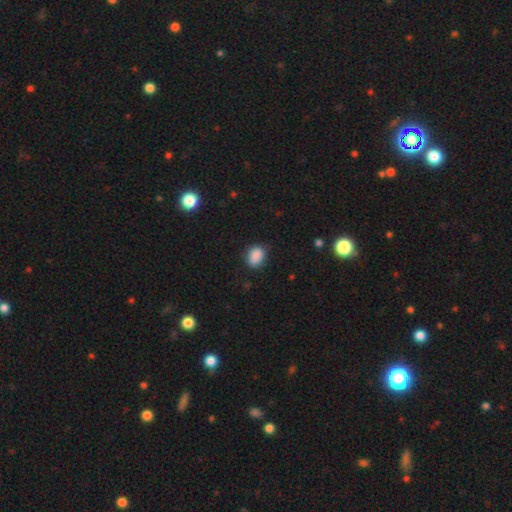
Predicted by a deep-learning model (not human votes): Smooth or featured?
  - smooth: 88% *
  - star or artifact: 9%
  - featured or disk: 4%
How rounded?
  - in between: 68% *
  - round: 30%
  - cigar-shaped: 1%
Merging?
  - none: 76% *
  - minor disturbance: 19%
  - major disturbance: 4%
  - merger: 1%